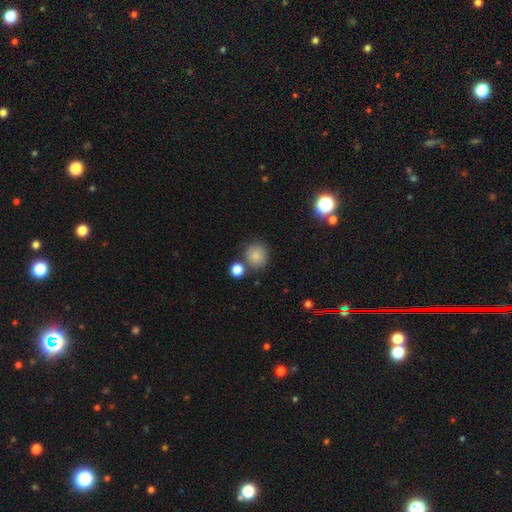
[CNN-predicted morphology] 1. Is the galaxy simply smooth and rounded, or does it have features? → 83% smooth, 11% star or artifact, 6% featured or disk.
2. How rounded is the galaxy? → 85% round, 14% in between, 1% cigar-shaped.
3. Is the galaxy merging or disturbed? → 74% none, 12% merger, 11% minor disturbance, 3% major disturbance.